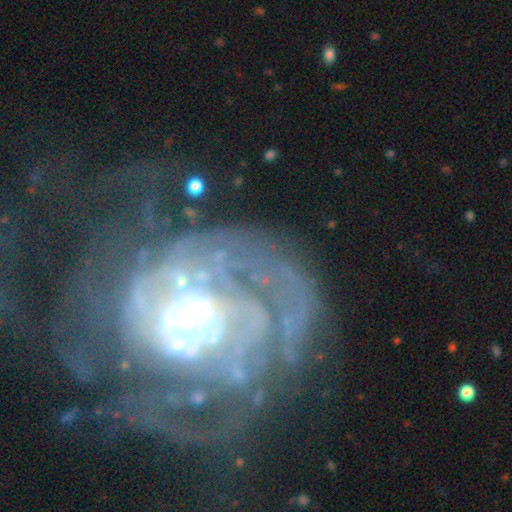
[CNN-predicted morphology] The model was most divided on "merging": major disturbance: 44%, none: 34%, minor disturbance: 16%, merger: 6%. Remaining: edge-on disk — no (97%); smooth or featured — featured or disk (81%); spiral arms — yes (77%); bar — no (64%); bulge size — moderate (61%); spiral winding — tight (47%); spiral arm count — can't tell (42%).